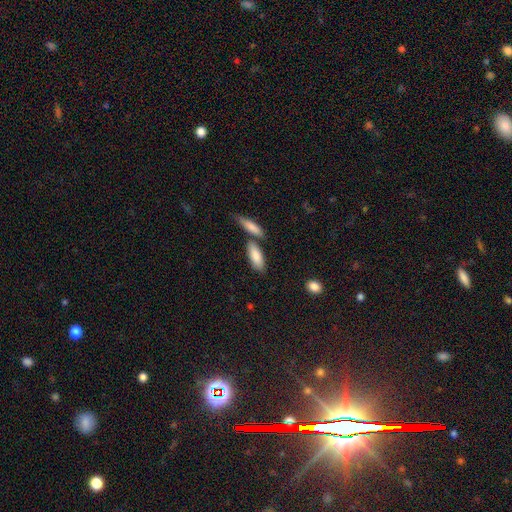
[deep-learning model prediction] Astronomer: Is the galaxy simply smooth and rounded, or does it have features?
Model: smooth — 84%.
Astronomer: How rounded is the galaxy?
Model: in between — 72%.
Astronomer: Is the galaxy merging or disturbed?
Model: none — 58%.